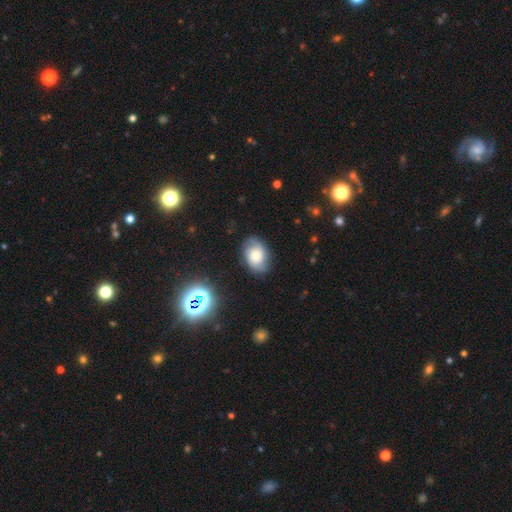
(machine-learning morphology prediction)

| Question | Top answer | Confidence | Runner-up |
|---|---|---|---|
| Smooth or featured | smooth | 44% | tied: featured or disk (44%) |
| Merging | none | 76% | minor disturbance (18%) |